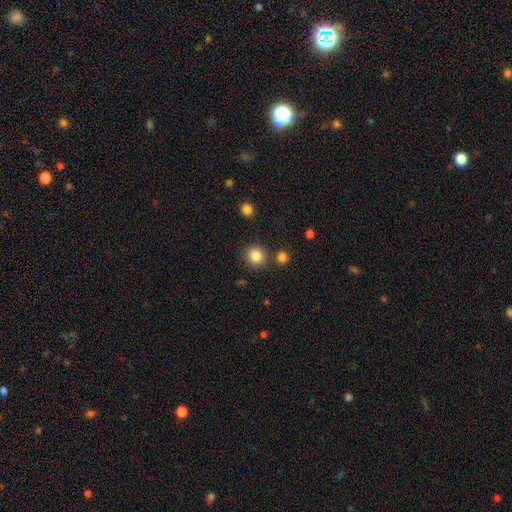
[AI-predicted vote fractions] Smooth or featured: smooth — 86% (star or artifact — 10%)
How rounded: round — 89% (in between — 10%)
Merging: none — 82% (minor disturbance — 8%)